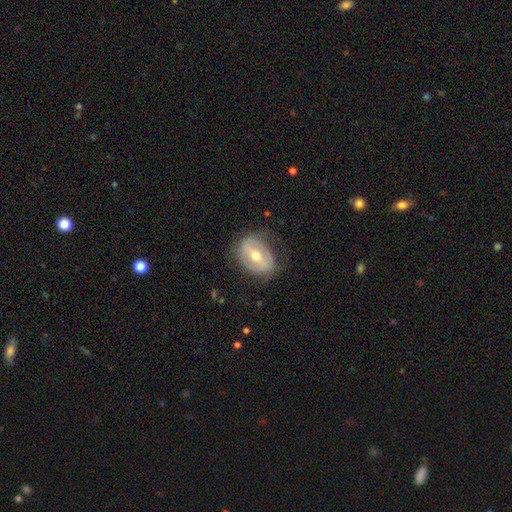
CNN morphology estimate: Overall: featured or disk (65%; smooth 29%). Edge-on disk: no (94%). Bar: strong (41%; weak 39%). Spiral arms: yes (51%; no 49%). Bulge size: moderate (73%). Merging: none (67%).